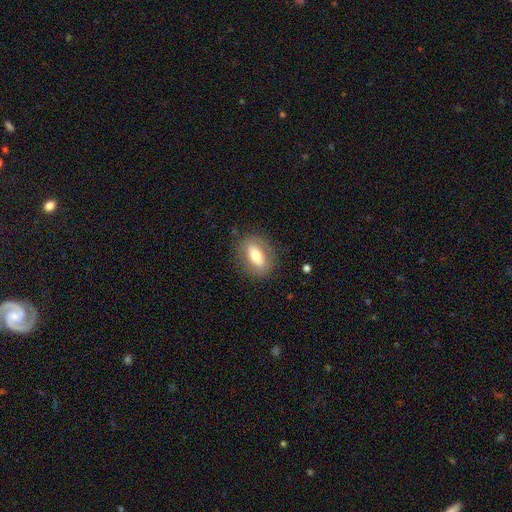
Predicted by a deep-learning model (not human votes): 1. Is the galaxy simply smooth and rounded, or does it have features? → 65% smooth, 27% featured or disk, 7% star or artifact.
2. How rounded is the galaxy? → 80% in between, 12% round, 7% cigar-shaped.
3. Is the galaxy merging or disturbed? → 82% none, 12% minor disturbance, 5% major disturbance, 1% merger.